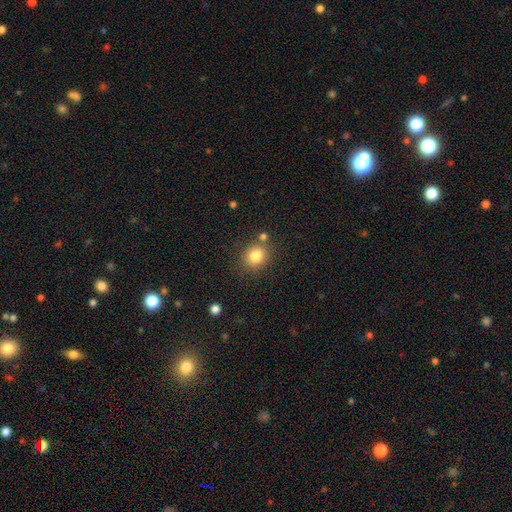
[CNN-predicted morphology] This appears to be a smooth galaxy with no disk features (82%) that is round (77%). Merging: none (78%).